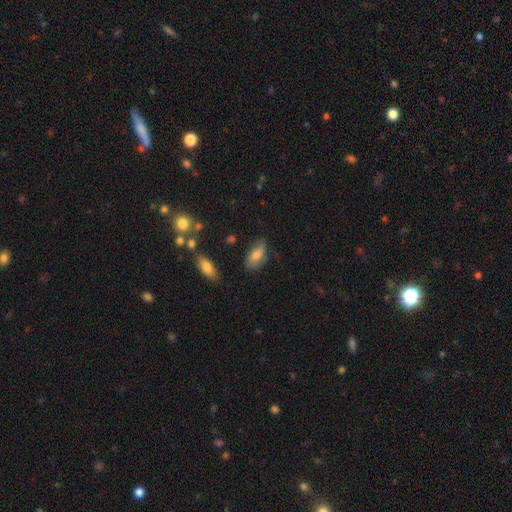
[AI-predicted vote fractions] Morphology: type=smooth (74%); roundness=in between (86%); merging=none (62%).